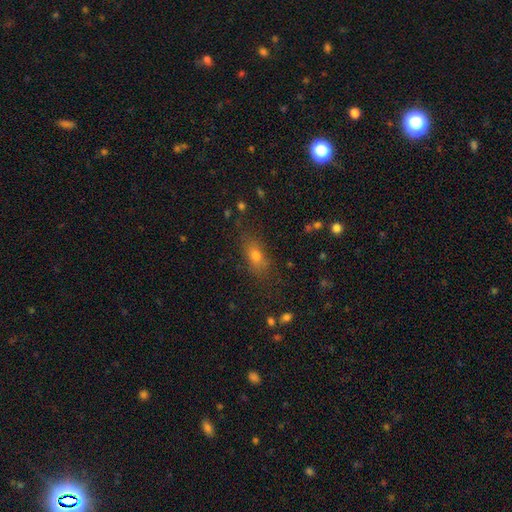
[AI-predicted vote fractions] Smooth or featured? smooth (68%)
How rounded? in between (67%)
Merging? none (77%)